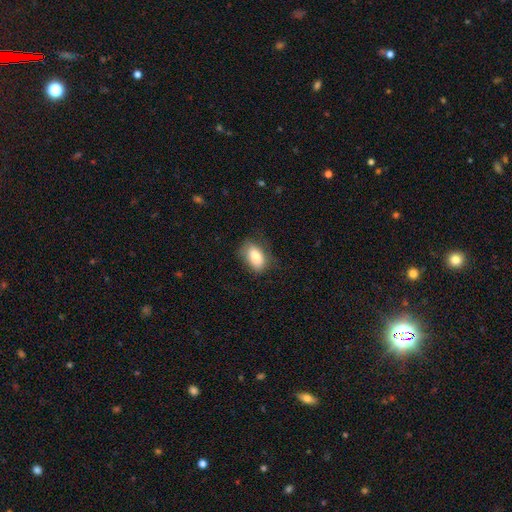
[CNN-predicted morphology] This is clearly a smooth galaxy (84%). How rounded: clearly in between (91%). Merging: likely none (67%).